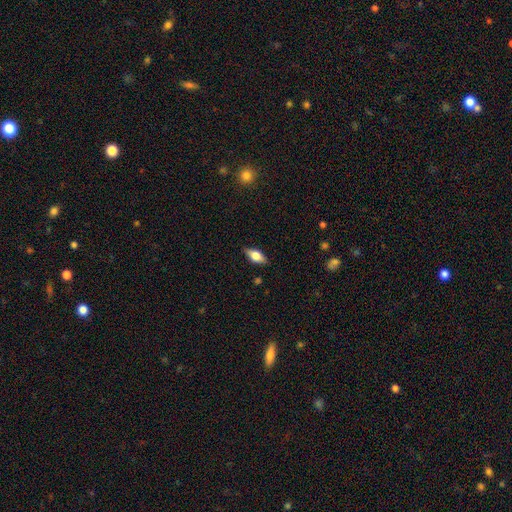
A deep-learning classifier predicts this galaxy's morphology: smooth_or_featured: smooth (p=0.64) [alt: featured or disk p=0.28]
how_rounded: in between (p=0.83) [alt: cigar-shaped p=0.13]
merging: none (p=0.85) [alt: minor disturbance p=0.12]